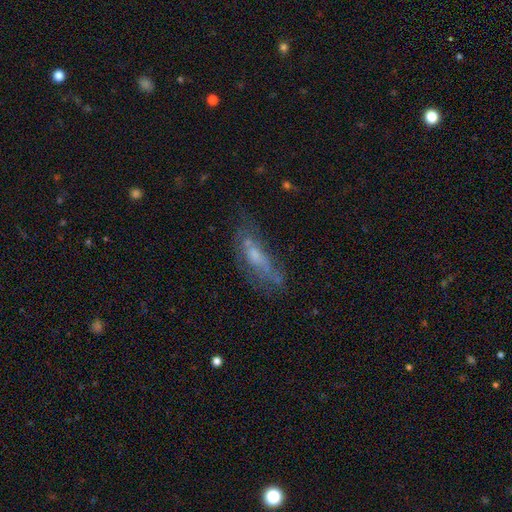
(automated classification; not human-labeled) Overall: featured or disk (47%; smooth 42%). Merging: none (45%; minor disturbance 25%).